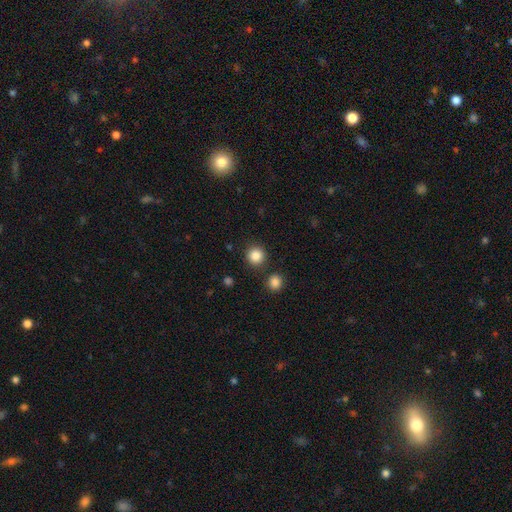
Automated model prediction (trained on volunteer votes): A smooth galaxy with no disk features (86%) that is round (93%). Merging: none (86%).